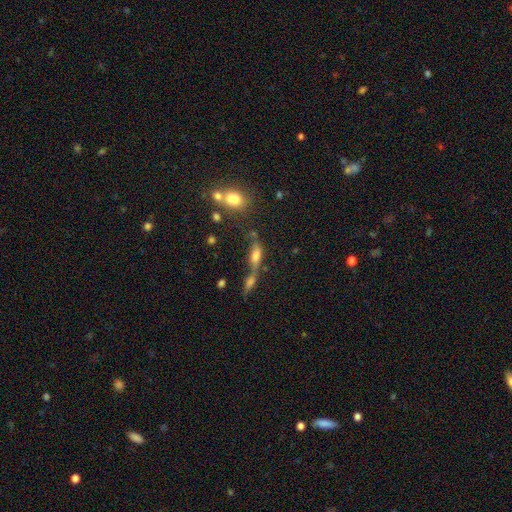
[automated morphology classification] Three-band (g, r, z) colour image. It shows a smooth galaxy with no disk features (53%) that is in between round and cigar-shaped (55%). Merging: merger (47%).